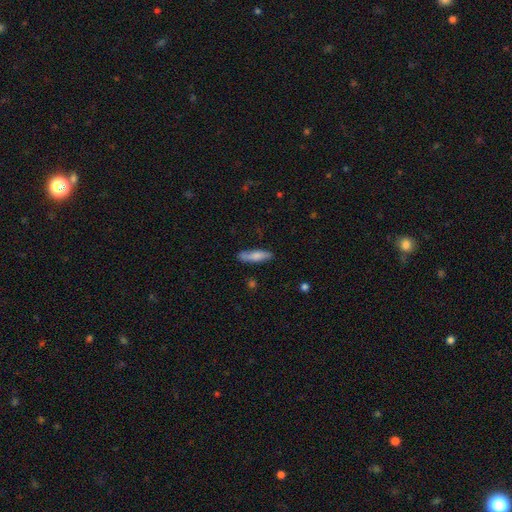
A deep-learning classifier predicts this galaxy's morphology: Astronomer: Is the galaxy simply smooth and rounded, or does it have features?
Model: smooth — 75%.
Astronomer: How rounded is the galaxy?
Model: cigar-shaped — 68%.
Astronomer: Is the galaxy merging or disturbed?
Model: none — 79%.